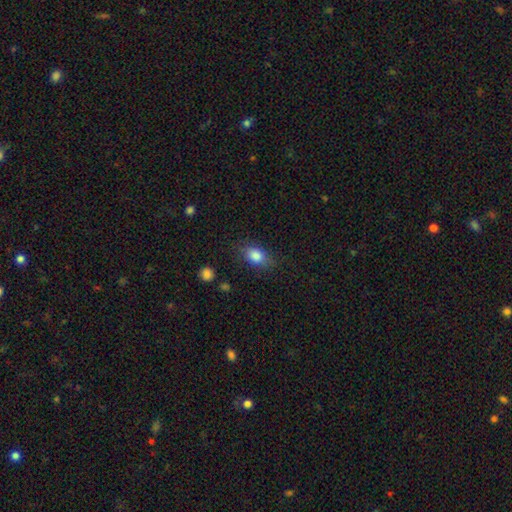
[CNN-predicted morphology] Smooth or featured?
  - smooth: 83% *
  - star or artifact: 9%
  - featured or disk: 8%
How rounded?
  - in between: 78% *
  - round: 19%
  - cigar-shaped: 3%
Merging?
  - none: 75% *
  - minor disturbance: 18%
  - major disturbance: 6%
  - merger: 2%